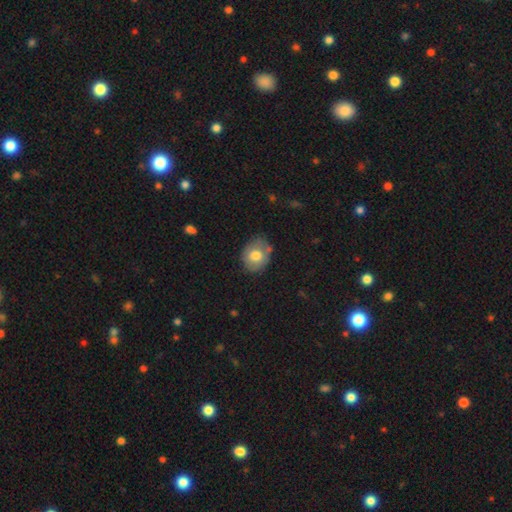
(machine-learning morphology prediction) Q: Smooth or featured?
A: smooth (70%); runner-up: featured or disk (22%)
Q: How rounded?
A: round (55%); runner-up: in between (44%)
Q: Merging?
A: none (72%); runner-up: minor disturbance (20%)